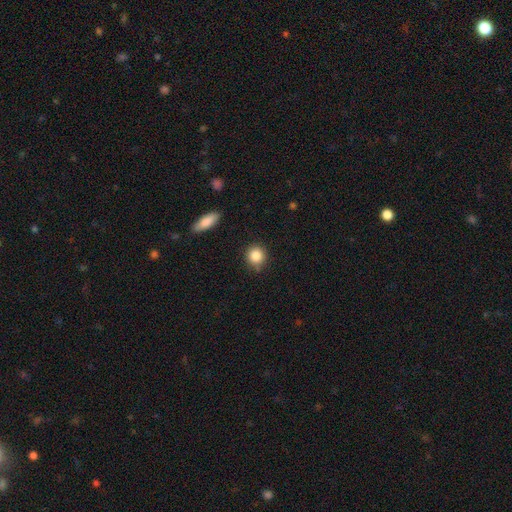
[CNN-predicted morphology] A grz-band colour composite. It shows a smooth galaxy with no disk features (86%) that is round (89%). Merging: none (83%).